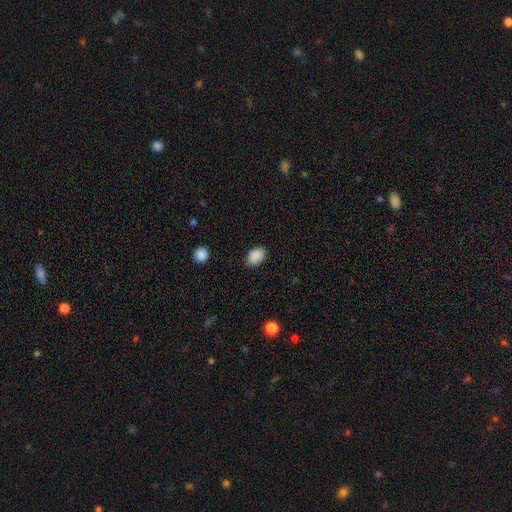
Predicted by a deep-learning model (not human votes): Smooth or featured?
  - smooth: 89% *
  - star or artifact: 8%
  - featured or disk: 3%
How rounded?
  - in between: 84% *
  - round: 15%
  - cigar-shaped: 1%
Merging?
  - none: 82% *
  - minor disturbance: 14%
  - major disturbance: 3%
  - merger: 1%